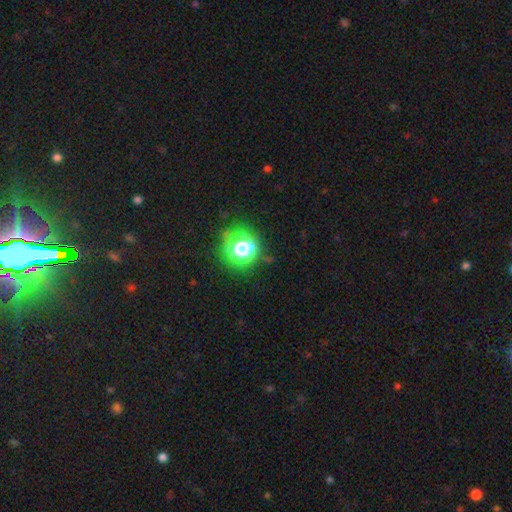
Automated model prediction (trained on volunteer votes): Smooth or featured: star or artifact — 76% (smooth — 18%)